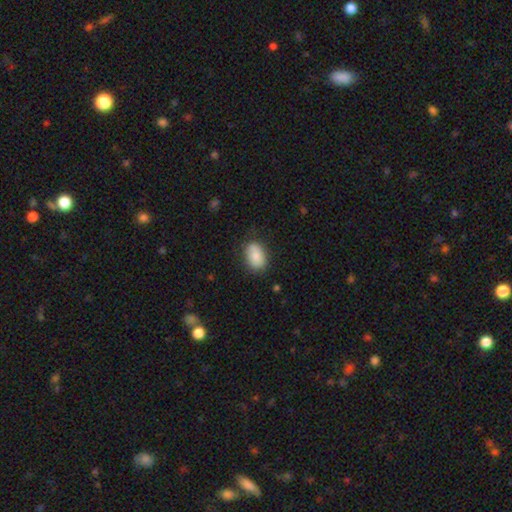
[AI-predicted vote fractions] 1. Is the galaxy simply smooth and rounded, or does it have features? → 85% smooth, 8% featured or disk, 7% star or artifact.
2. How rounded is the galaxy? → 85% in between, 13% round, 1% cigar-shaped.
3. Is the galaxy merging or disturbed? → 80% none, 16% minor disturbance, 3% major disturbance, 1% merger.